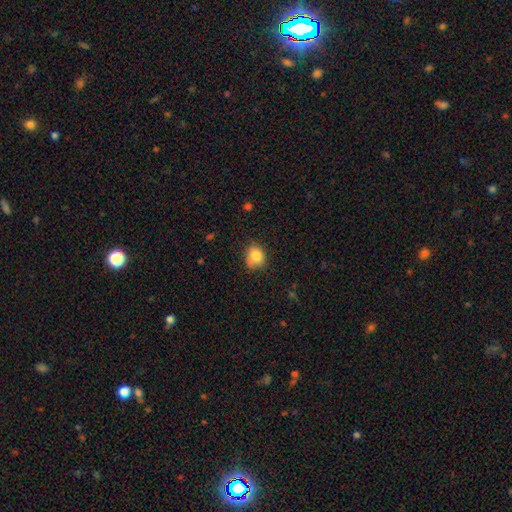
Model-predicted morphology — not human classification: This appears to be a smooth galaxy with no disk features (83%) that is round (63%). Merging: none (67%).